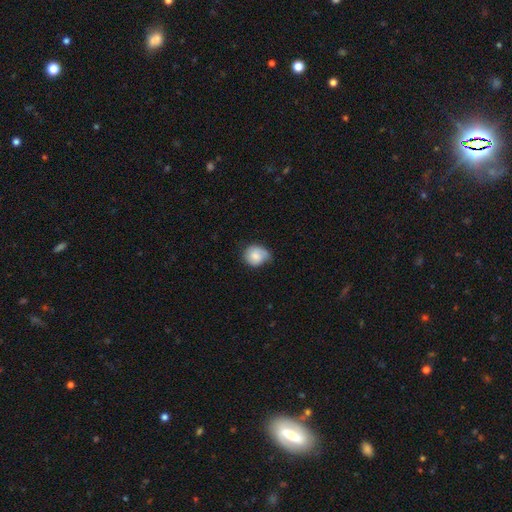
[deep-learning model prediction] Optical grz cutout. It shows a smooth galaxy with no disk features (72%) that is round (69%). Merging: none (52%).